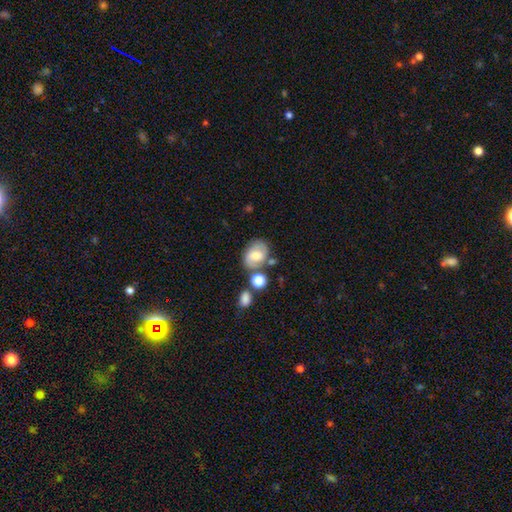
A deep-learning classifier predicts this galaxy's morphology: This is possibly a smooth galaxy (57%). How rounded: likely in between (67%). Merging: possibly none (57%).